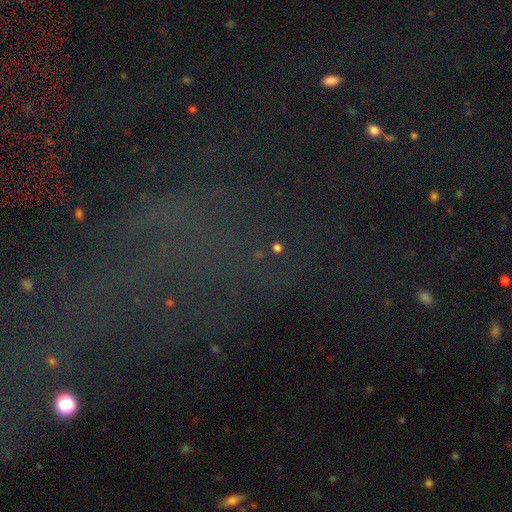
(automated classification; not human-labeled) star or artifact 69%, smooth 16%, featured or disk 15%.